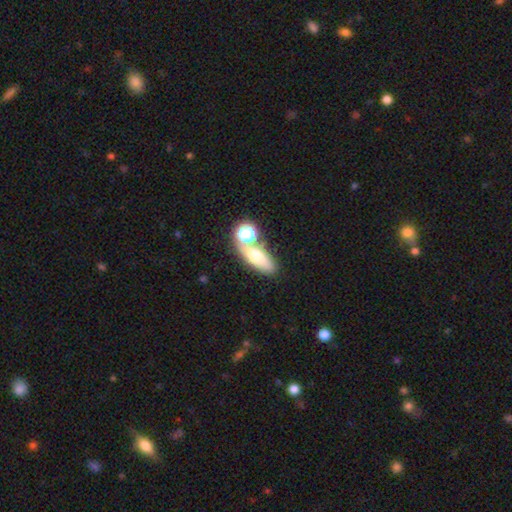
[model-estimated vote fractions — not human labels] Smooth or featured?
  - smooth: 62% *
  - featured or disk: 22%
  - star or artifact: 16%
How rounded?
  - in between: 63% *
  - cigar-shaped: 20%
  - round: 17%
Merging?
  - none: 52% *
  - merger: 28%
  - minor disturbance: 14%
  - major disturbance: 6%